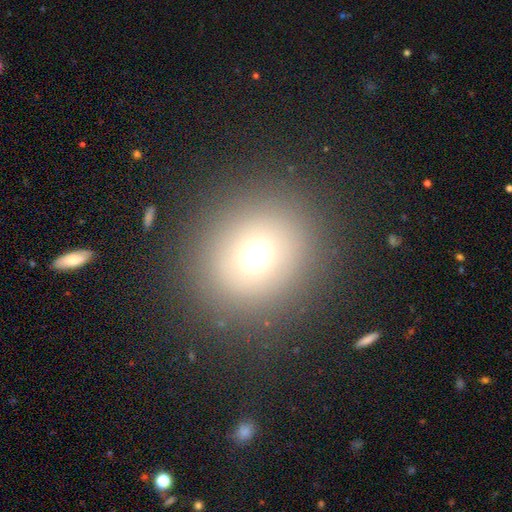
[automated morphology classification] This is likely a smooth galaxy (66%). How rounded: clearly round (87%). Merging: clearly none (86%).